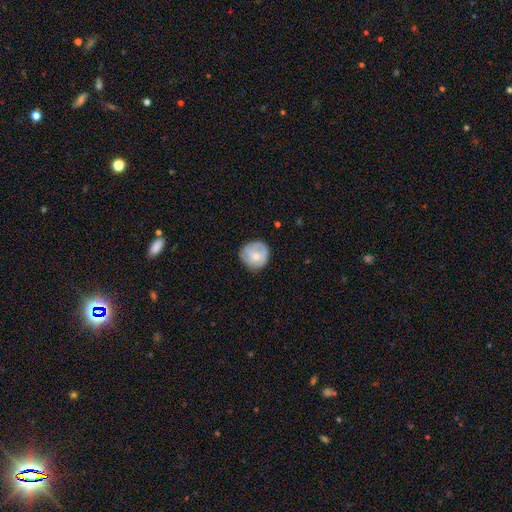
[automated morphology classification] Smooth or featured? smooth (58%)
How rounded? round (90%)
Merging? none (74%)